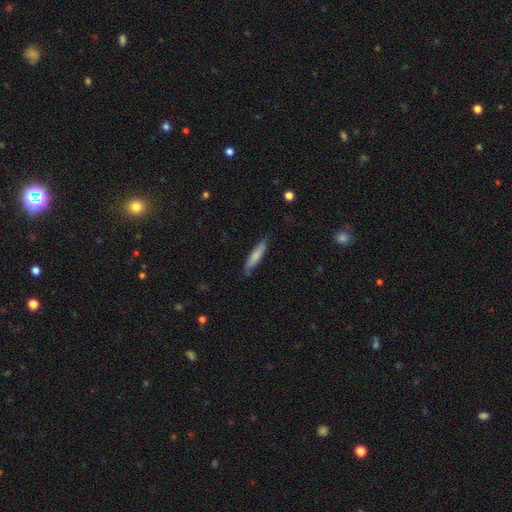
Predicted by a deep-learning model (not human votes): Smooth or featured? Predicted: smooth (p=0.78). How rounded? Predicted: cigar-shaped (p=0.82). Merging? Predicted: none (p=0.80).